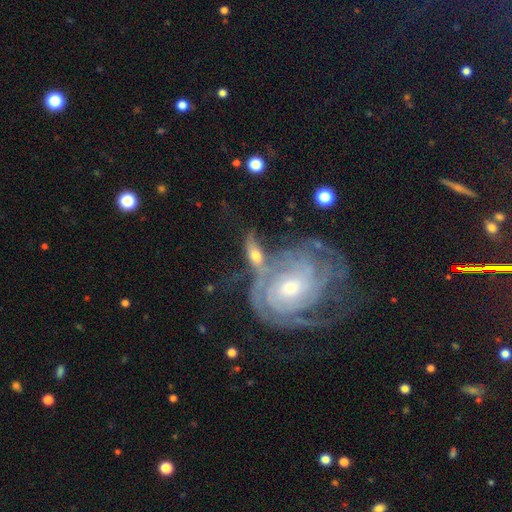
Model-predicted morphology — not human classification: type=featured or disk (65%); edge-on=no (88%); bar=no (68%); spiral arms=yes (83%); bulge=moderate (48%); merging=merger (44%).